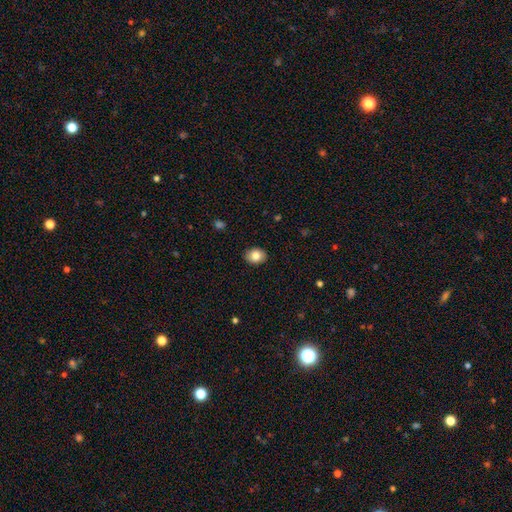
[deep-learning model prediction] Q: Smooth or featured?
A: smooth (83%); runner-up: star or artifact (8%)
Q: How rounded?
A: in between (56%); runner-up: round (43%)
Q: Merging?
A: none (90%); runner-up: minor disturbance (8%)